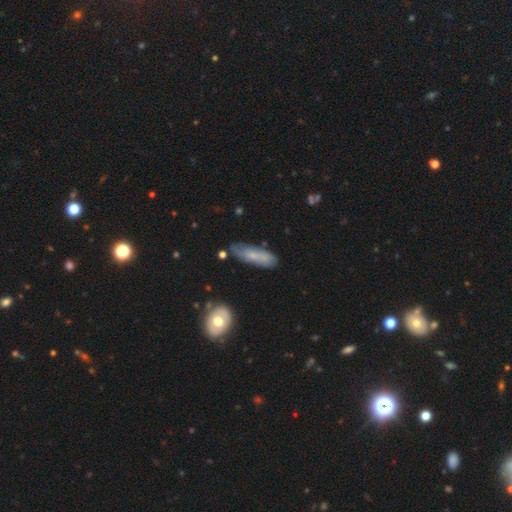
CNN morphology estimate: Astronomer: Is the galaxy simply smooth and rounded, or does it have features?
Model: smooth — 61%.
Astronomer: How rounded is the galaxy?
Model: in between — 51% (runner-up: cigar-shaped, 46%).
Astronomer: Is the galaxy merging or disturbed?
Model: none — 68%.